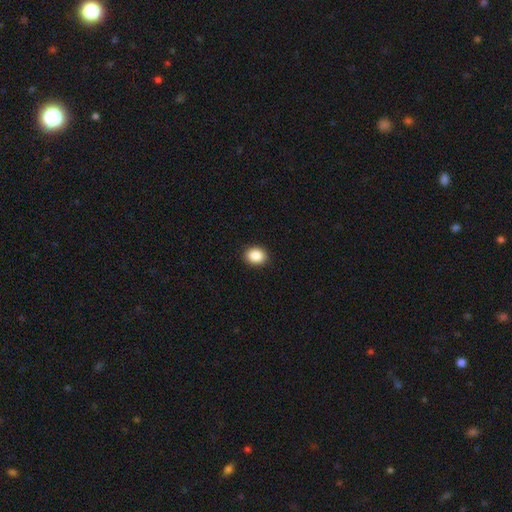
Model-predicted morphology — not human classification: Smooth or featured?
  - smooth: 88% *
  - star or artifact: 9%
  - featured or disk: 3%
How rounded?
  - round: 55% *
  - in between: 44%
  - cigar-shaped: 1%
Merging?
  - none: 92% *
  - minor disturbance: 5%
  - major disturbance: 2%
  - merger: 1%